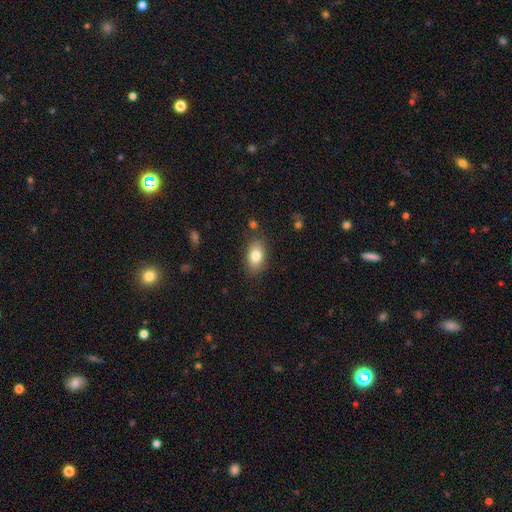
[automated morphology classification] smooth 81%, featured or disk 12%, star or artifact 8%. Down the decision tree: how rounded — in between (88%); merging — none (82%).